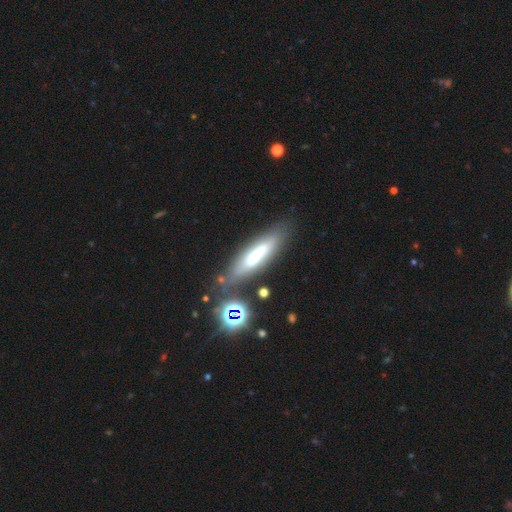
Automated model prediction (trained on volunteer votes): smooth-or-featured: smooth: 51% | featured or disk: 38% | star or artifact: 11%
  how-rounded: cigar-shaped: 71% | in between: 27% | round: 2%
  merging: none: 68% | minor disturbance: 17% | merger: 9% | major disturbance: 7%